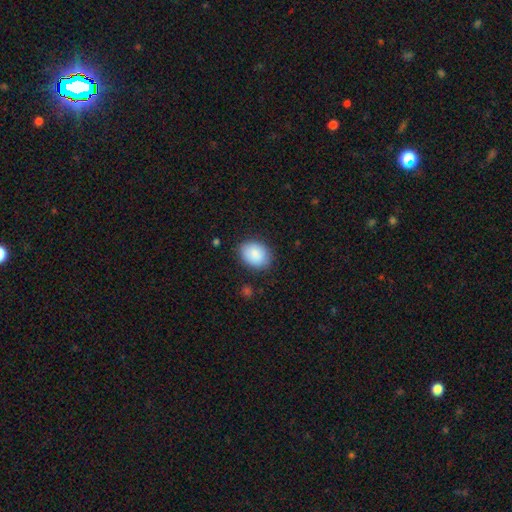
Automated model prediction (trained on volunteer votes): Overall: smooth (88%). How rounded: in between (58%; round 41%). Merging: none (82%).